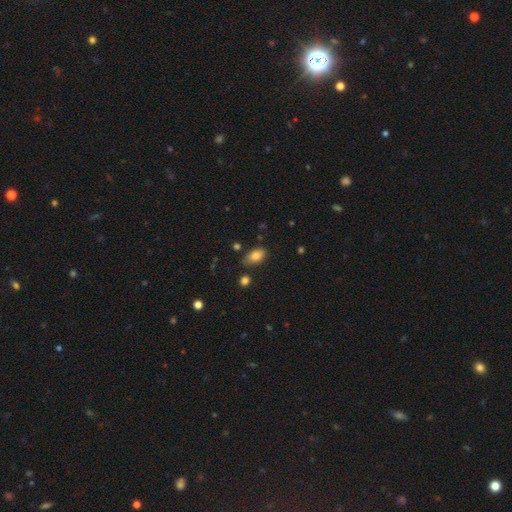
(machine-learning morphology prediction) smooth-or-featured: smooth: 82% | featured or disk: 9% | star or artifact: 9%
  how-rounded: in between: 91% | round: 7% | cigar-shaped: 3%
  merging: none: 78% | minor disturbance: 16% | merger: 4% | major disturbance: 3%